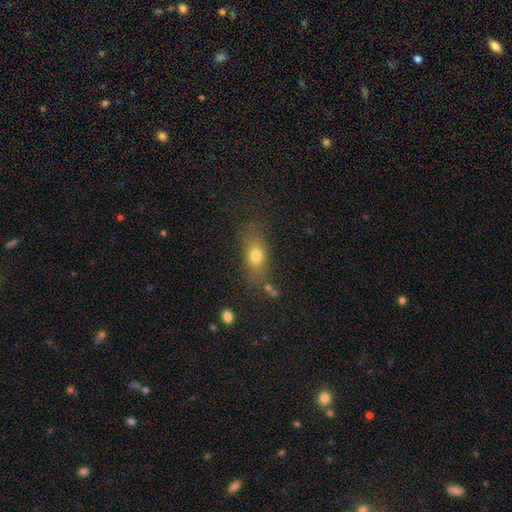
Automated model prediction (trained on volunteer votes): Q: Smooth or featured?
A: smooth (72%); runner-up: featured or disk (16%)
Q: How rounded?
A: in between (69%); runner-up: cigar-shaped (16%)
Q: Merging?
A: none (73%); runner-up: minor disturbance (16%)